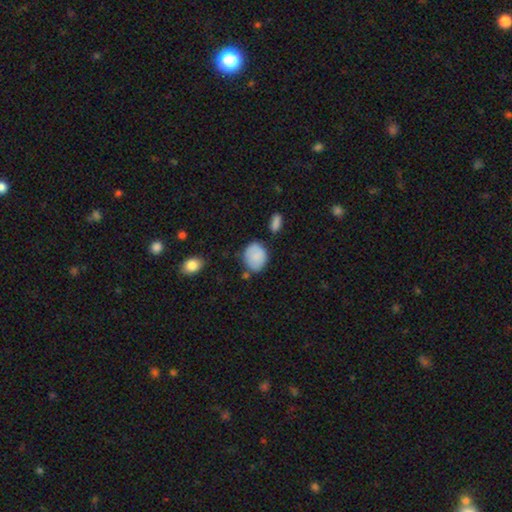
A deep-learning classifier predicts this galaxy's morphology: Overall: smooth (85%). How rounded: round (56%; in between 43%). Merging: none (69%).